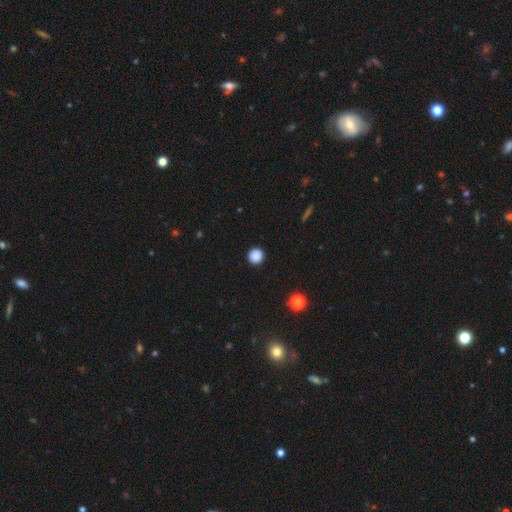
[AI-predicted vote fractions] A smooth galaxy with no disk features (87%) that is round (95%).

Vote fractions:
- Smooth or featured? smooth: 87% / star or artifact: 10% / featured or disk: 2%
- How rounded? round: 95% / in between: 4% / cigar-shaped: 1%
- Merging? none: 93% / minor disturbance: 5% / major disturbance: 2% / merger: 1%